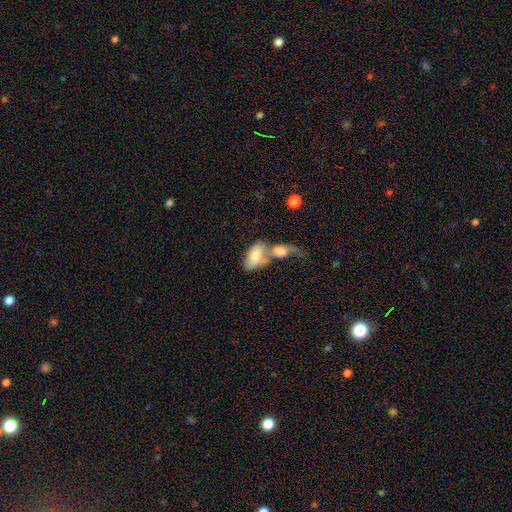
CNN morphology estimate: The model was most divided on "smooth or featured": smooth: 71%, featured or disk: 23%, star or artifact: 6%. More confident: how rounded — in between (93%); merging — merger (67%).